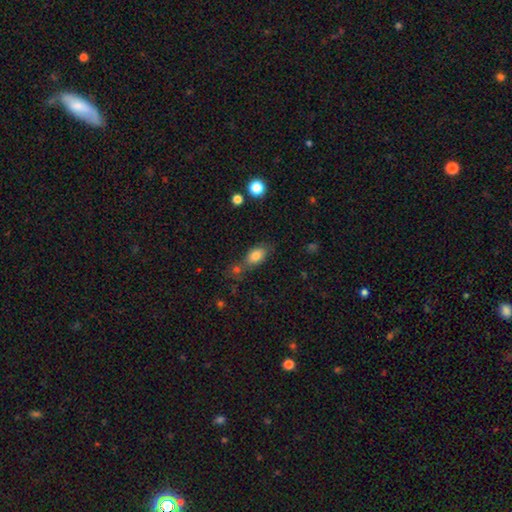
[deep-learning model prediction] Smooth or featured: smooth — 81% (featured or disk — 10%)
How rounded: in between — 84% (round — 10%)
Merging: none — 54% (merger — 21%)